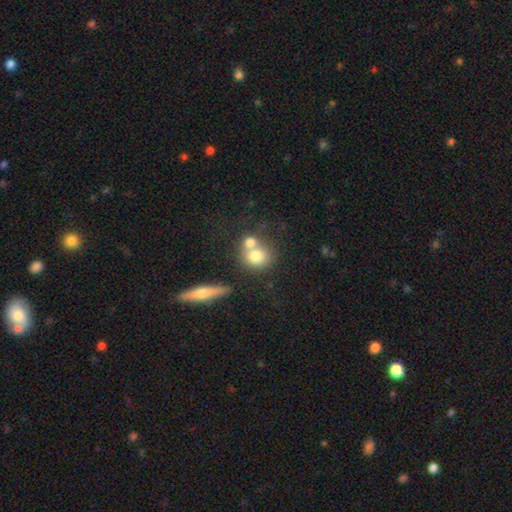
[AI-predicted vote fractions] smooth_or_featured: smooth (p=0.74) [alt: featured or disk p=0.17]
how_rounded: round (p=0.76) [alt: in between p=0.22]
merging: merger (p=0.49) [alt: none p=0.39]